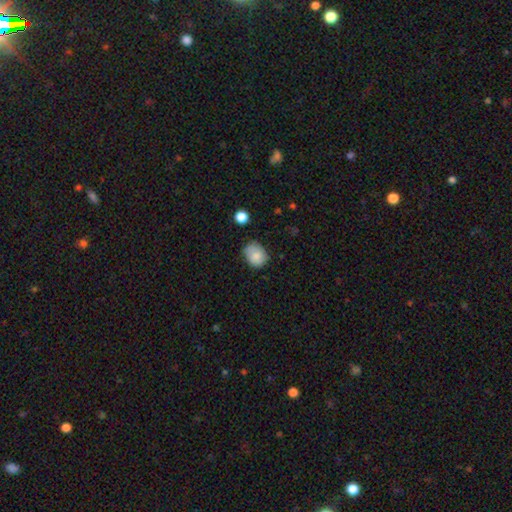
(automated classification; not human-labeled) smooth-or-featured: smooth: 82% | featured or disk: 9% | star or artifact: 8%
  how-rounded: round: 53% | in between: 46% | cigar-shaped: 1%
  merging: none: 57% | minor disturbance: 32% | major disturbance: 7% | merger: 4%